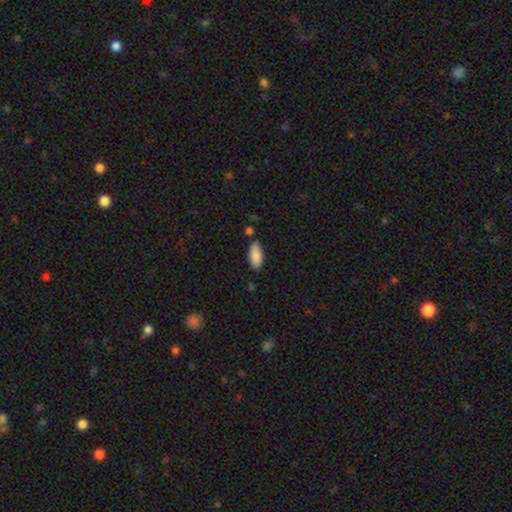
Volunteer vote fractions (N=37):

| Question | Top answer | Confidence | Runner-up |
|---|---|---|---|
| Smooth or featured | smooth | 95% | star or artifact (5%) |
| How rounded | in between | 77% | cigar-shaped (23%) |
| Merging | none | 71% | minor disturbance (23%) |